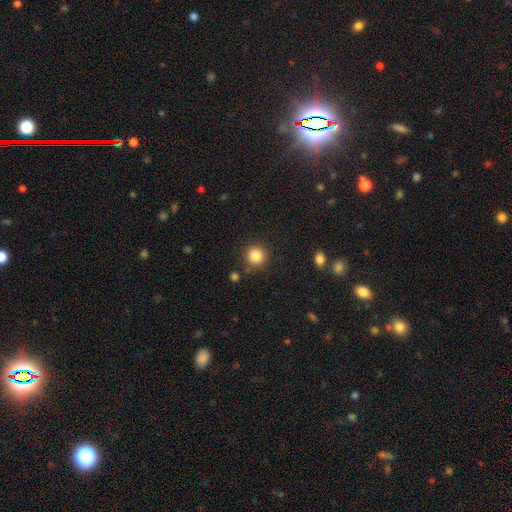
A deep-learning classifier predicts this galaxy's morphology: Smooth or featured? smooth (85%)
How rounded? round (93%)
Merging? none (85%)